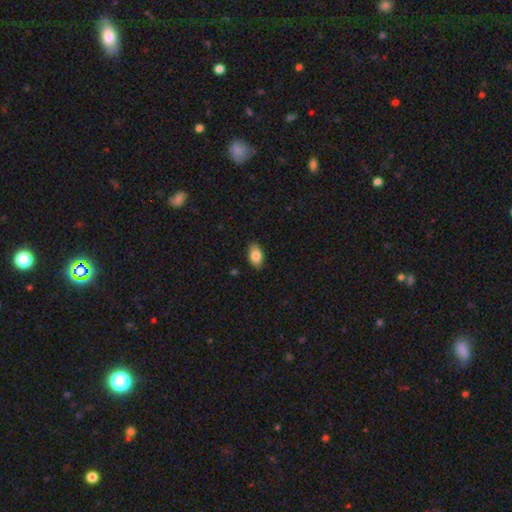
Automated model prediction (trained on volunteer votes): The model was most divided on "smooth or featured": smooth: 85%, featured or disk: 8%, star or artifact: 7%. More confident: how rounded — in between (93%); merging — none (88%).